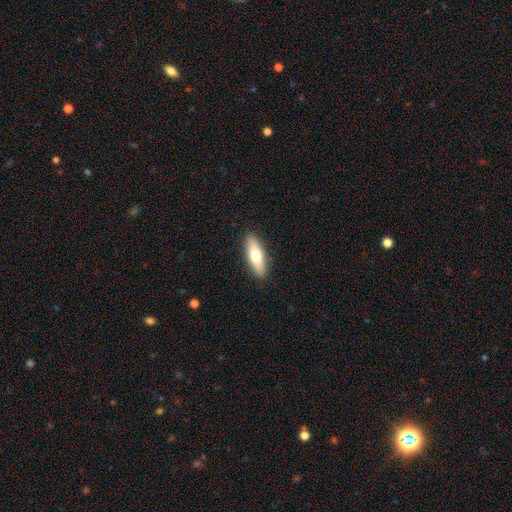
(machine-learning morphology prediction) Smooth or featured? Predicted: smooth (p=0.65). How rounded? Predicted: in between (p=0.53). Merging? Predicted: none (p=0.90).